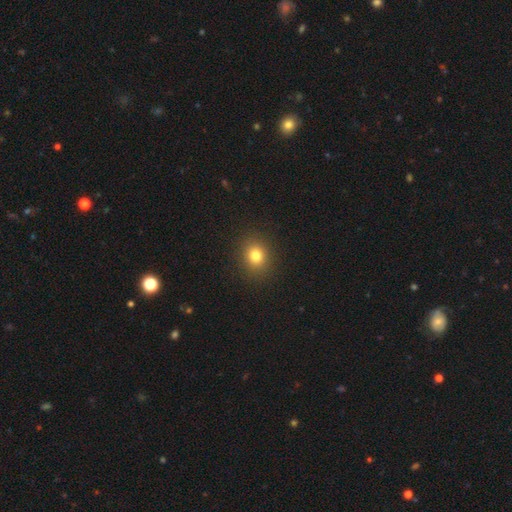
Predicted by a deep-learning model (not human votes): smooth_or_featured: smooth (p=0.80) [alt: star or artifact p=0.13]
how_rounded: round (p=0.66) [alt: in between p=0.33]
merging: none (p=0.90) [alt: minor disturbance p=0.06]